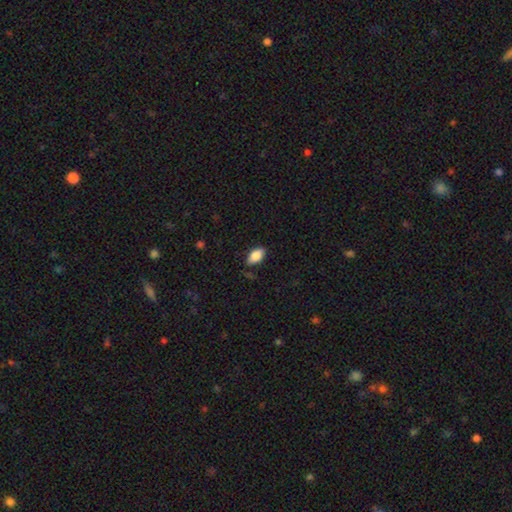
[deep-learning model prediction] smooth 85%, featured or disk 8%, star or artifact 7%. Down the decision tree: how rounded — in between (92%); merging — none (83%).